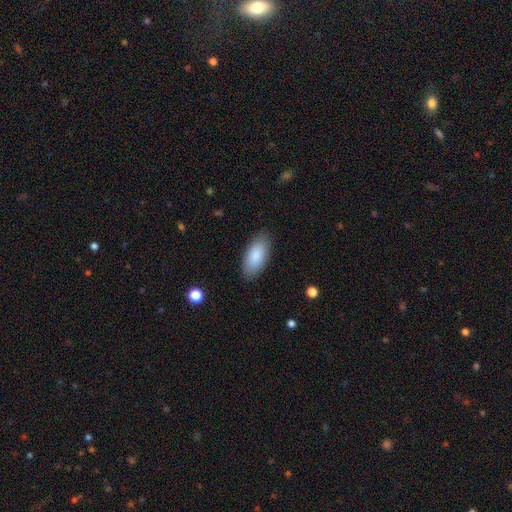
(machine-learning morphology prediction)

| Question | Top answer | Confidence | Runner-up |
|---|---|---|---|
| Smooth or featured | smooth | 86% | featured or disk (8%) |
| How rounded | in between | 90% | cigar-shaped (8%) |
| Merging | none | 86% | minor disturbance (10%) |